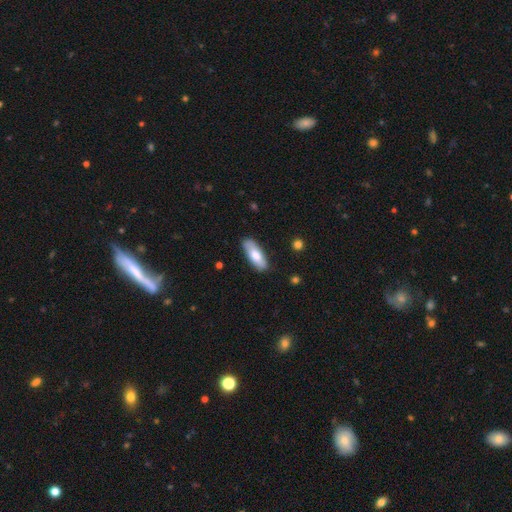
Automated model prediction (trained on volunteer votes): Overall: smooth (74%). How rounded: in between (72%). Merging: none (84%).